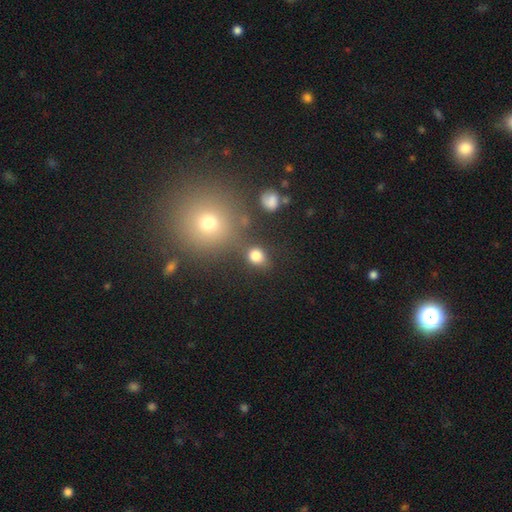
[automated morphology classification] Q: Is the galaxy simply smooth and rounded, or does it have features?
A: smooth — 79%.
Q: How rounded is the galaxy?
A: round — 56%.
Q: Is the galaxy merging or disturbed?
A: none — 71%.